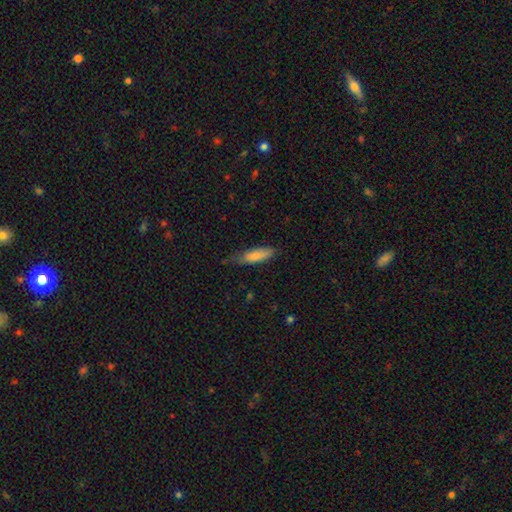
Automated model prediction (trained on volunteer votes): This is clearly a smooth galaxy (83%). How rounded: possibly cigar-shaped (51%). Merging: likely none (61%).